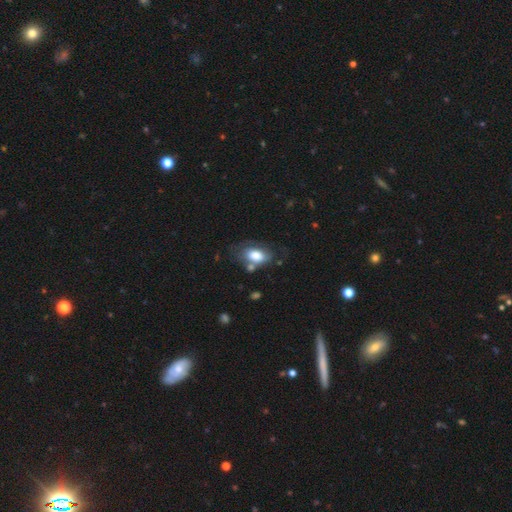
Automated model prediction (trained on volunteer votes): A smooth galaxy with no disk features (71%) that is in between round and cigar-shaped (90%). Merging: none (45%).